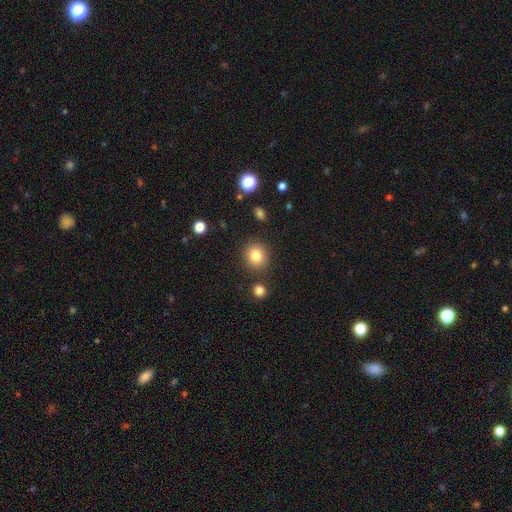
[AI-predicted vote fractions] A smooth galaxy with no disk features (83%) that is round (82%).

Vote fractions:
- Smooth or featured? smooth: 83% / star or artifact: 11% / featured or disk: 6%
- How rounded? round: 82% / in between: 17% / cigar-shaped: 1%
- Merging? none: 86% / minor disturbance: 8% / merger: 4% / major disturbance: 3%